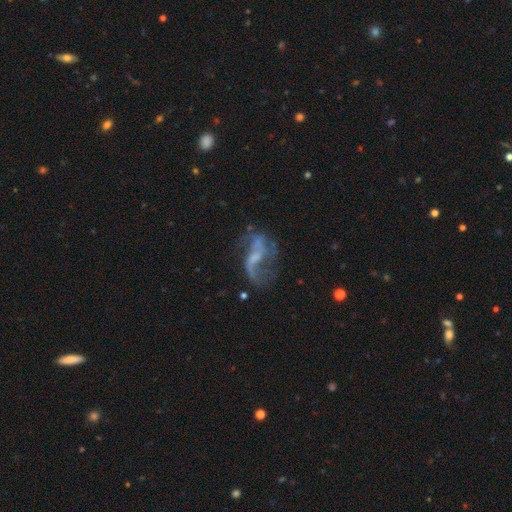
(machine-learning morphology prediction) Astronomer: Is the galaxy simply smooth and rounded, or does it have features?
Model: featured or disk — 77%.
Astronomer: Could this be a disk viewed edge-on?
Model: no — 96%.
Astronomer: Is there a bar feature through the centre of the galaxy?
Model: weak — 42% (runner-up: no, 40%).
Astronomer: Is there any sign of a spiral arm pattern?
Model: yes — 79%.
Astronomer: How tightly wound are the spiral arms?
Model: loose — 76%.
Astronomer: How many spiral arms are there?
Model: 2 — 70%.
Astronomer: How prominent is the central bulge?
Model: none — 44% (runner-up: small, 33%).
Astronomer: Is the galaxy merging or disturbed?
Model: none — 45% (runner-up: major disturbance, 31%).